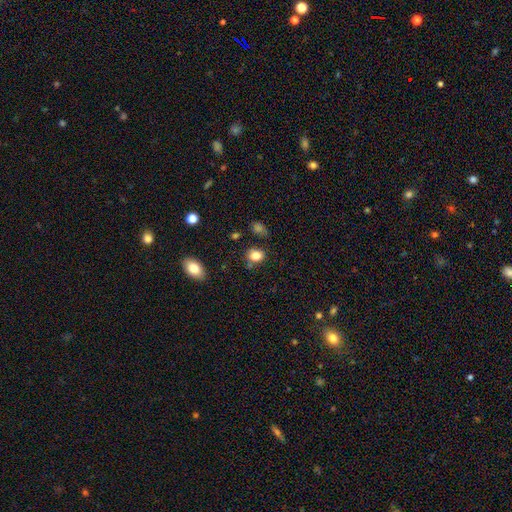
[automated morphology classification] type=smooth (81%); roundness=round (51%); merging=none (75%).